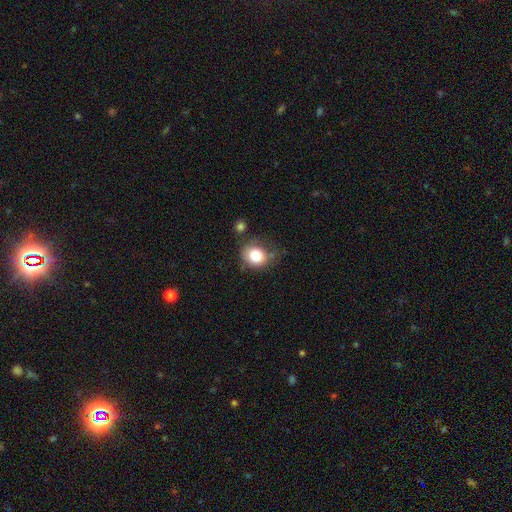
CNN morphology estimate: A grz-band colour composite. It shows a smooth galaxy with no disk features (81%) that is round (70%). Merging: none (59%).